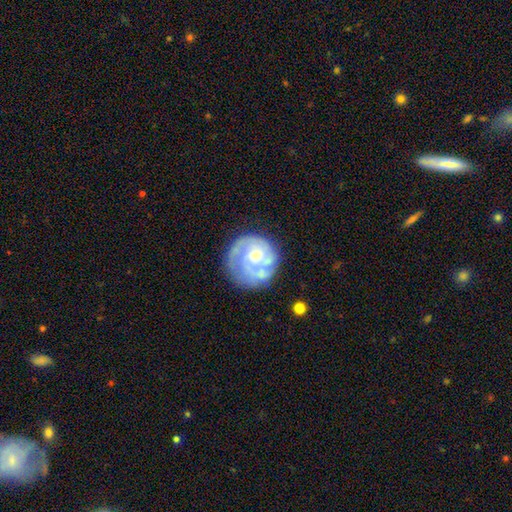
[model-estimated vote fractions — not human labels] This appears to be a featured or disk galaxy (72%) with no bar (74%), tight (59%) spiral arms (81%) and a moderate central bulge (52%). Merging: none (66%).